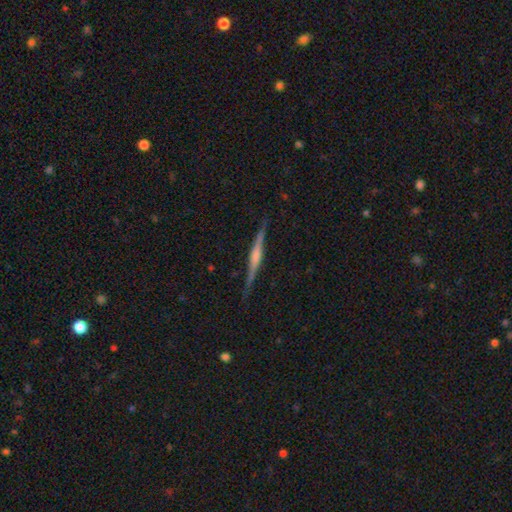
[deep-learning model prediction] Morphology: type=featured or disk (77%); edge-on=yes (98%); edge-on bulge=rounded (50%); merging=none (86%).